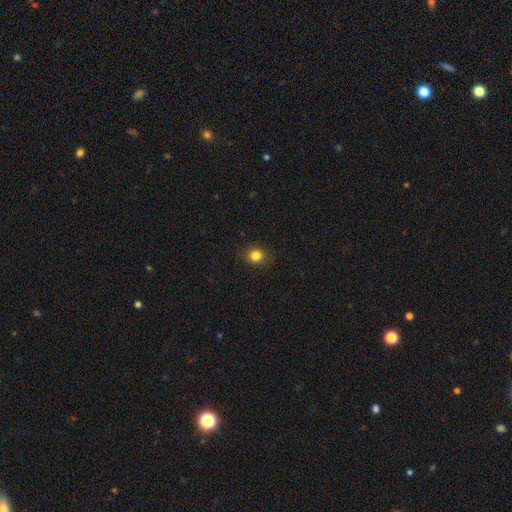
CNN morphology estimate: Smooth or featured: smooth — 82% (star or artifact — 13%)
How rounded: round — 75% (in between — 24%)
Merging: none — 87% (minor disturbance — 9%)